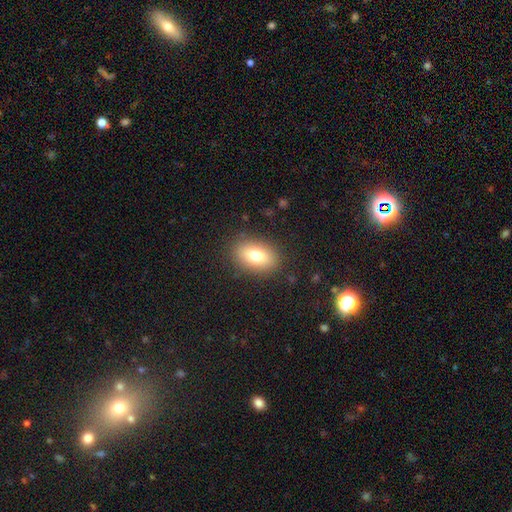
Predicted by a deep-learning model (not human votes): Smooth or featured? Predicted: smooth (p=0.77). How rounded? Predicted: in between (p=0.84). Merging? Predicted: none (p=0.86).